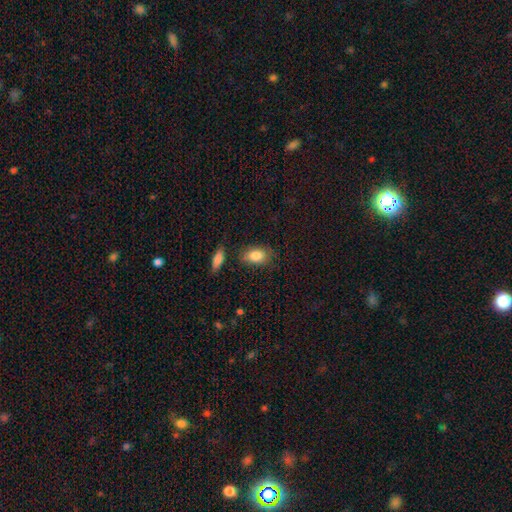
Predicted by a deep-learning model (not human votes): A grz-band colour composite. It shows a smooth galaxy with no disk features (85%) that is in between round and cigar-shaped (88%). Merging: none (76%).